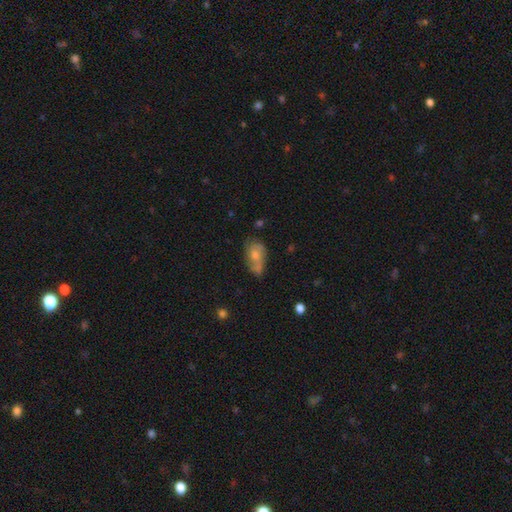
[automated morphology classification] type=smooth (49%); merging=none (43%).